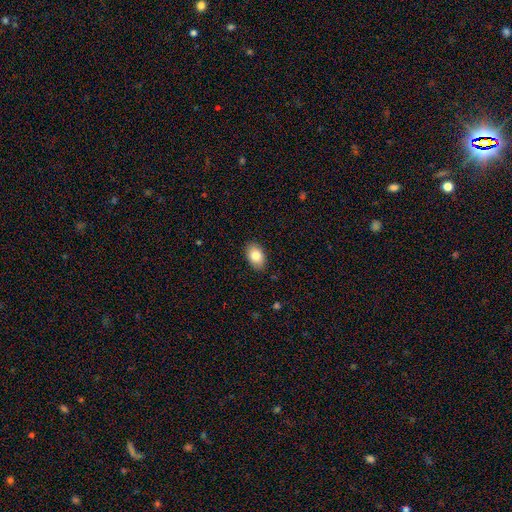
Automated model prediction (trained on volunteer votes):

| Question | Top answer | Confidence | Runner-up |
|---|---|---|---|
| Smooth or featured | smooth | 82% | featured or disk (10%) |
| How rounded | in between | 90% | round (9%) |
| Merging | none | 87% | minor disturbance (10%) |